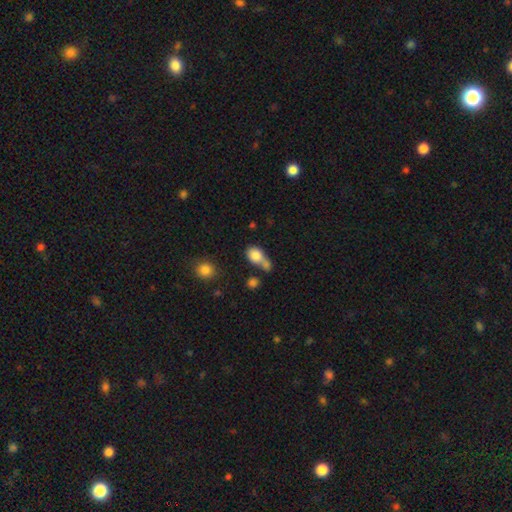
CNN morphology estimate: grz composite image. It shows a smooth galaxy with no disk features (80%) that is in between round and cigar-shaped (60%). Merging: merger (49%).